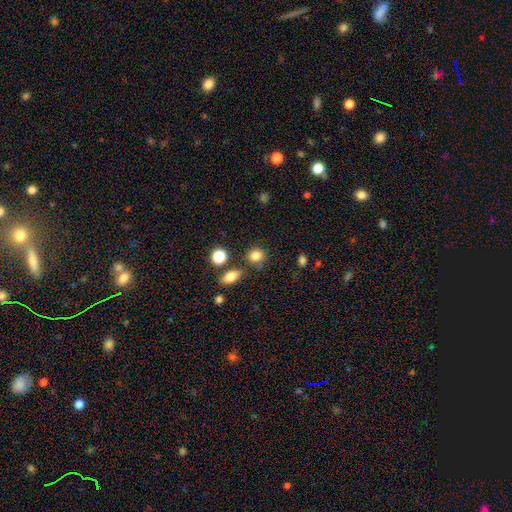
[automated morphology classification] smooth-or-featured: smooth: 83% | star or artifact: 11% | featured or disk: 6%
  how-rounded: round: 74% | in between: 25% | cigar-shaped: 1%
  merging: none: 73% | minor disturbance: 13% | merger: 9% | major disturbance: 4%